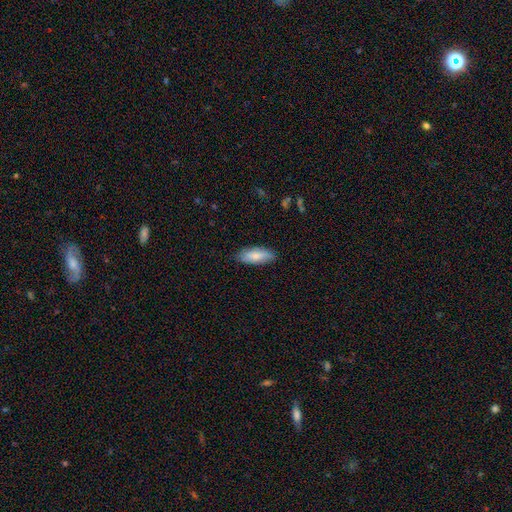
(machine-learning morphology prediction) Q: Smooth or featured?
A: smooth (78%); runner-up: featured or disk (17%)
Q: How rounded?
A: in between (77%); runner-up: cigar-shaped (21%)
Q: Merging?
A: none (82%); runner-up: minor disturbance (14%)